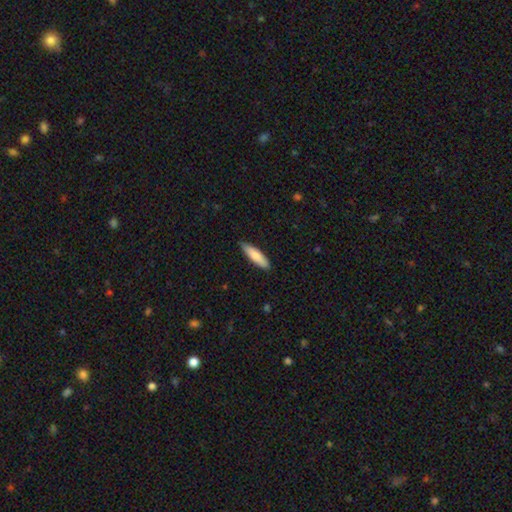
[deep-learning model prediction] Overall: smooth (80%). How rounded: cigar-shaped (66%; in between 33%). Merging: none (85%).